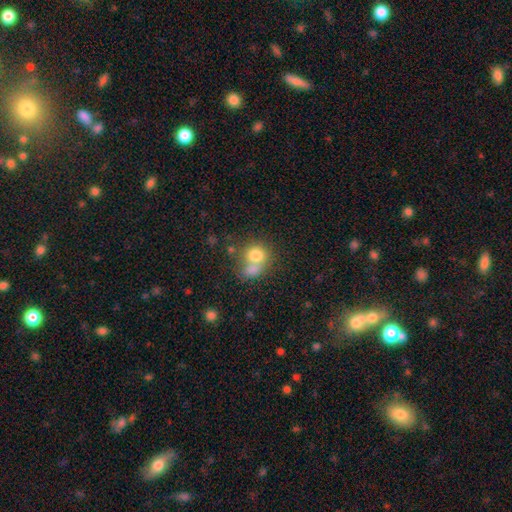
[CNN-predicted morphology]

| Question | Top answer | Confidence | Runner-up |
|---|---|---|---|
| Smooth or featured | smooth | 76% | featured or disk (14%) |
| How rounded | round | 74% | in between (25%) |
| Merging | merger | 52% | none (32%) |